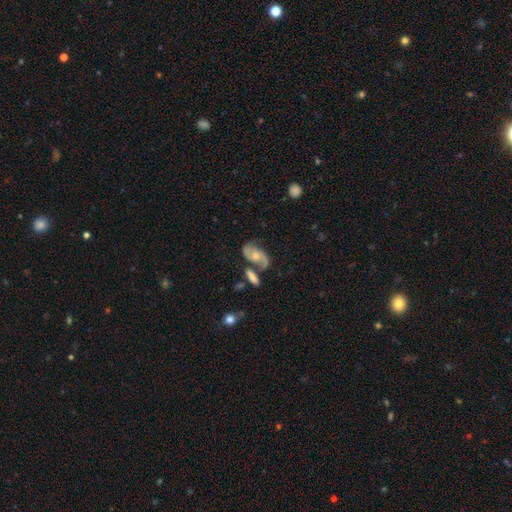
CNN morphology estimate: Smooth or featured? Predicted: featured or disk (p=0.78). Edge-on disk? Predicted: no (p=0.96). Bar? Predicted: no (p=0.66). Spiral arms? Predicted: yes (p=0.94). Spiral winding? Predicted: medium (p=0.45). Spiral arm count? Predicted: 2 (p=0.90). Bulge size? Predicted: moderate (p=0.57). Merging? Predicted: none (p=0.51).